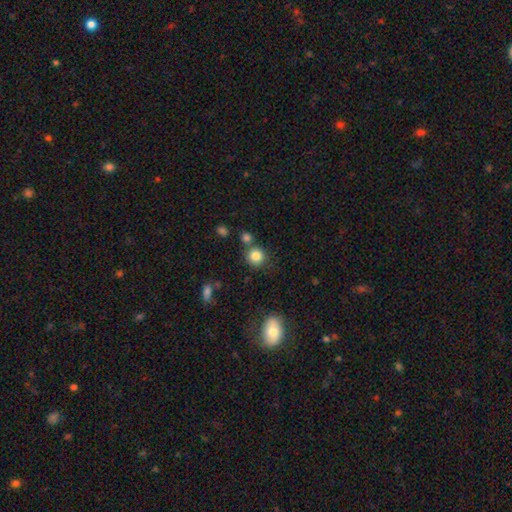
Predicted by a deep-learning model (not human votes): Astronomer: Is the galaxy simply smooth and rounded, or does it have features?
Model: smooth — 83%.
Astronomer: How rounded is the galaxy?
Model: round — 90%.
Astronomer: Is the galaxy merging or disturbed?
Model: none — 75%.